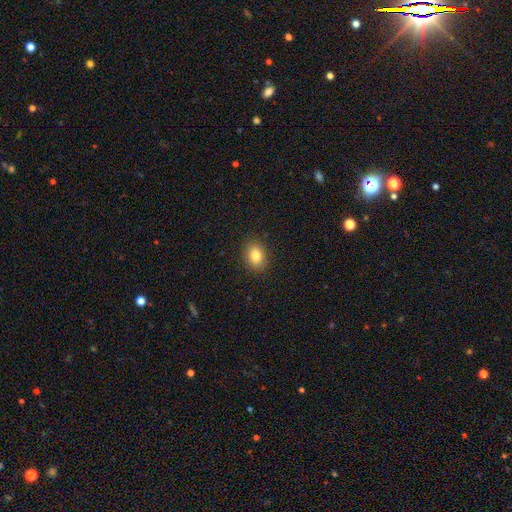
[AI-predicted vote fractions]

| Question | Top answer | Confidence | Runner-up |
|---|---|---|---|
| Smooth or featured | smooth | 82% | star or artifact (10%) |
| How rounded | in between | 62% | round (37%) |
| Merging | none | 89% | minor disturbance (8%) |